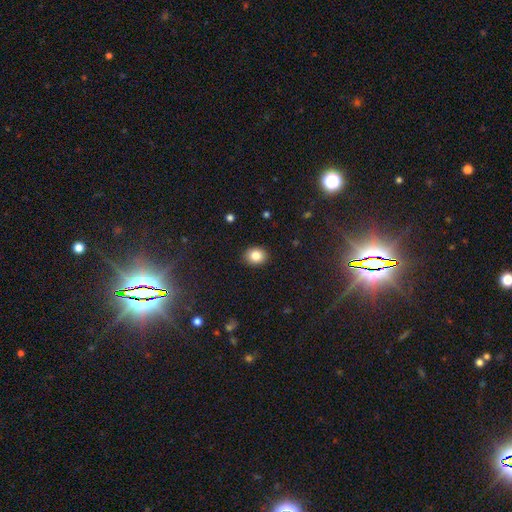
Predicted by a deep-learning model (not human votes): This appears to be a smooth galaxy with no disk features (84%) that is round (62%). Merging: none (90%).